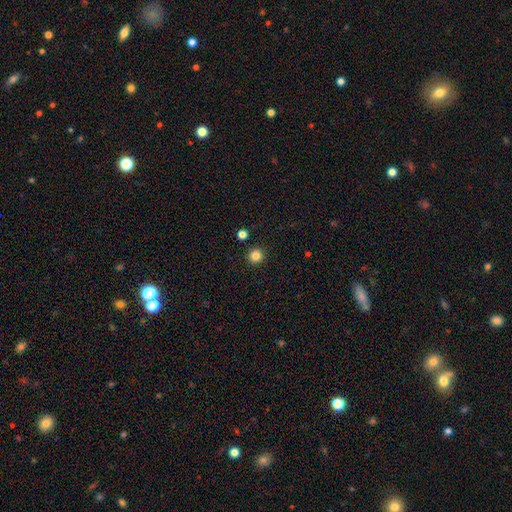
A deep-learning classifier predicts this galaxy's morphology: This is clearly a smooth galaxy (84%). How rounded: clearly round (95%). Merging: clearly none (92%).